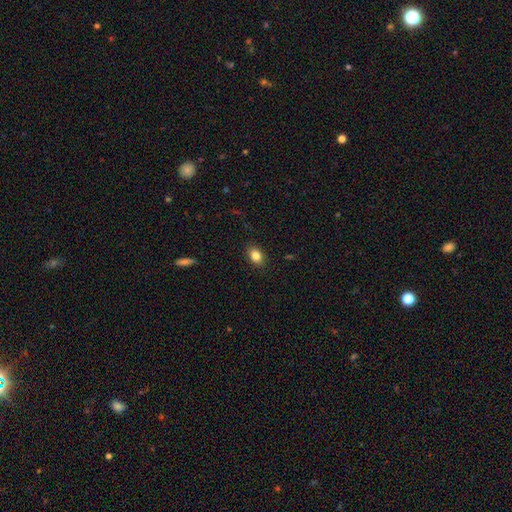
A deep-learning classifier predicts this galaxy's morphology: This is clearly a smooth galaxy (84%). How rounded: likely in between (76%). Merging: clearly none (88%).